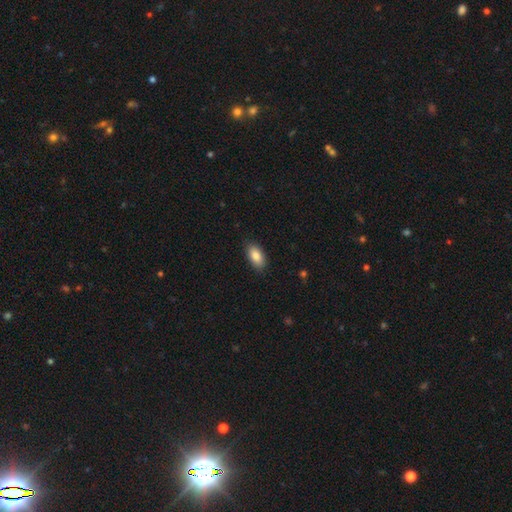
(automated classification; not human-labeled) A smooth galaxy with no disk features (87%) that is in between round and cigar-shaped (93%).

Vote fractions:
- Smooth or featured? smooth: 87% / star or artifact: 7% / featured or disk: 6%
- How rounded? in between: 93% / round: 4% / cigar-shaped: 4%
- Merging? none: 87% / minor disturbance: 10% / major disturbance: 2% / merger: 1%